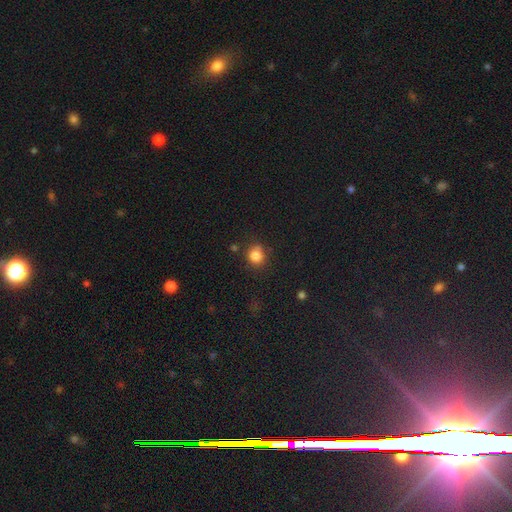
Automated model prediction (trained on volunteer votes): A smooth galaxy with no disk features (84%) that is round (83%). Merging: none (74%).